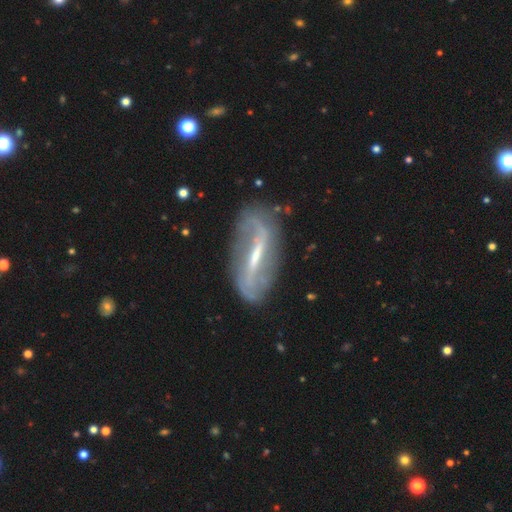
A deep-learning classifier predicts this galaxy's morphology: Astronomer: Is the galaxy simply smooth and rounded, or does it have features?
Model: featured or disk — 81%.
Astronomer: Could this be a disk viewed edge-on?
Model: no — 84%.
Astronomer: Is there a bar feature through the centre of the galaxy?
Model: strong — 64%.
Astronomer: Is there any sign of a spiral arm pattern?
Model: yes — 81%.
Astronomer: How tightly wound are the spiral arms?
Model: loose — 52% (runner-up: medium, 29%).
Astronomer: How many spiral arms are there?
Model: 2 — 77%.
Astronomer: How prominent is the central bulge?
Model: small — 50% (runner-up: moderate, 37%).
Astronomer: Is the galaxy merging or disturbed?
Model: none — 75%.